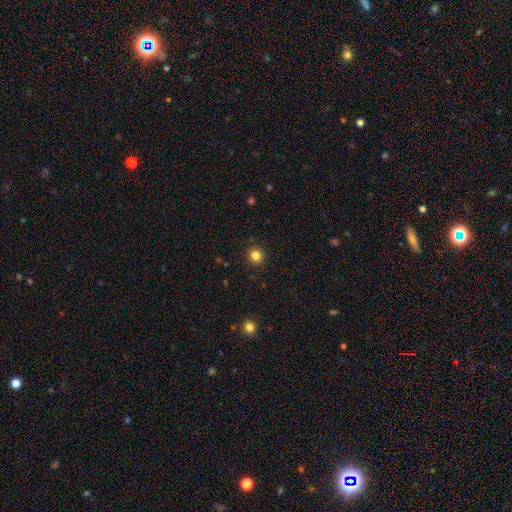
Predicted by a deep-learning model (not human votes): Smooth or featured?
  - smooth: 83% *
  - star or artifact: 12%
  - featured or disk: 5%
How rounded?
  - round: 94% *
  - in between: 5%
  - cigar-shaped: 1%
Merging?
  - none: 92% *
  - minor disturbance: 5%
  - major disturbance: 2%
  - merger: 1%